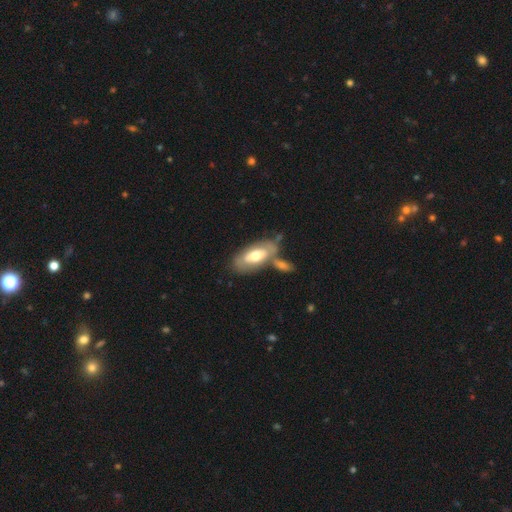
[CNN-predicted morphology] Smooth or featured?
  - smooth: 49% *
  - featured or disk: 46%
  - star or artifact: 5%
Merging?
  - none: 45% *
  - merger: 31%
  - minor disturbance: 17%
  - major disturbance: 7%